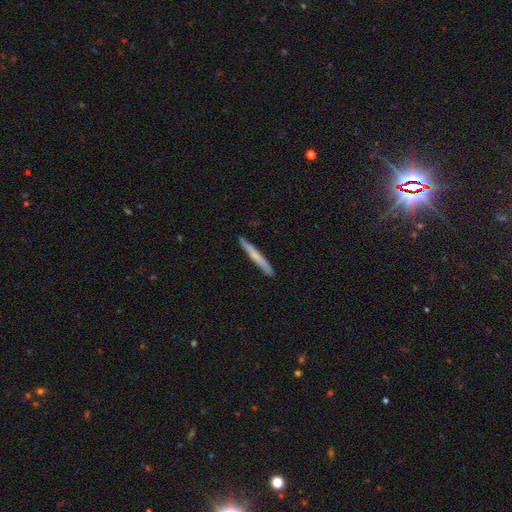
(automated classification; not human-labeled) The model was most divided on "smooth or featured": smooth: 58%, featured or disk: 37%, star or artifact: 5%. More confident: how rounded — cigar-shaped (96%); merging — none (89%).